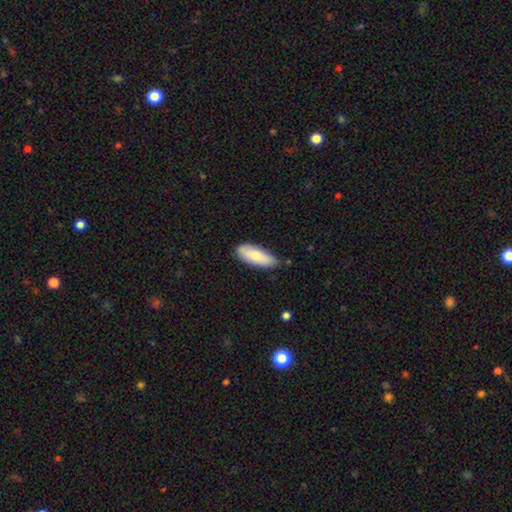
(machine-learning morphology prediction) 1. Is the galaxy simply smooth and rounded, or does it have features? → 79% smooth, 16% featured or disk, 6% star or artifact.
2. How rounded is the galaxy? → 72% in between, 26% cigar-shaped, 2% round.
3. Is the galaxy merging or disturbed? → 75% none, 20% minor disturbance, 3% major disturbance, 2% merger.